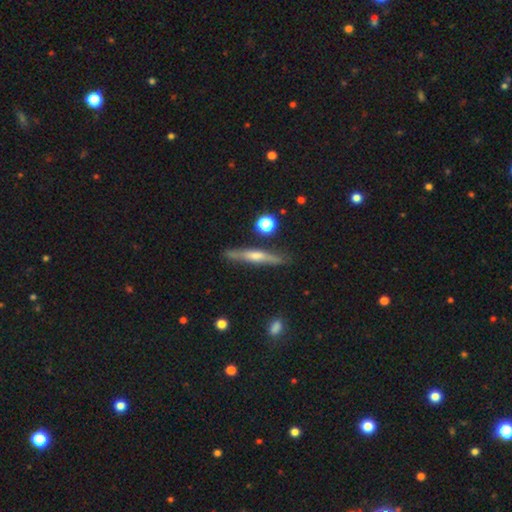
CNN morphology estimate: Overall: featured or disk (59%; smooth 33%). Edge-on disk: yes (93%). Edge-on bulge: rounded (66%). Merging: none (84%).